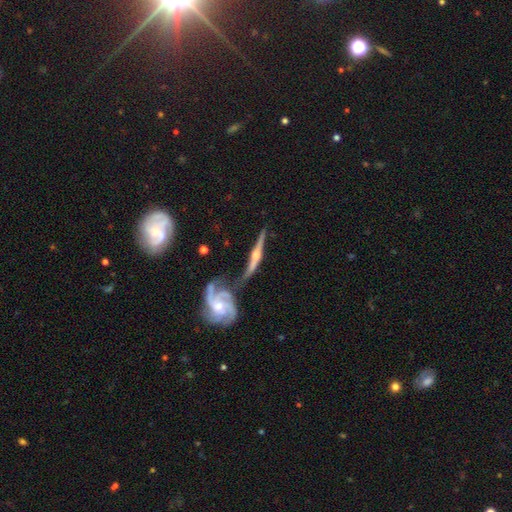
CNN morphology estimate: The model was most divided on "merging": none: 53%, merger: 22%, minor disturbance: 17%, major disturbance: 8%. More confident: edge-on disk — yes (89%); edge-on bulge — rounded (87%); smooth or featured — featured or disk (85%).